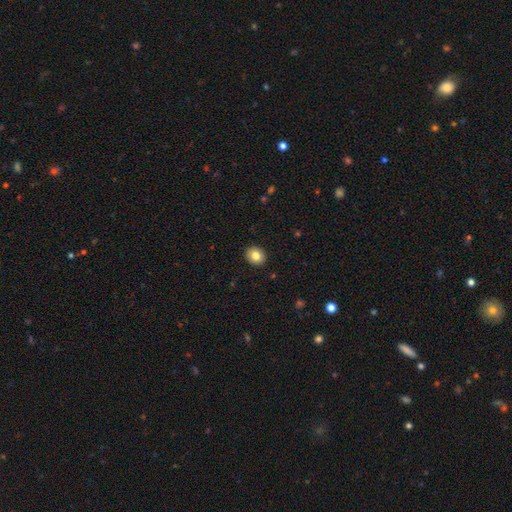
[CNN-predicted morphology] smooth_or_featured: smooth (p=0.81) [alt: featured or disk p=0.10]
how_rounded: round (p=0.68) [alt: in between p=0.31]
merging: none (p=0.91) [alt: minor disturbance p=0.06]